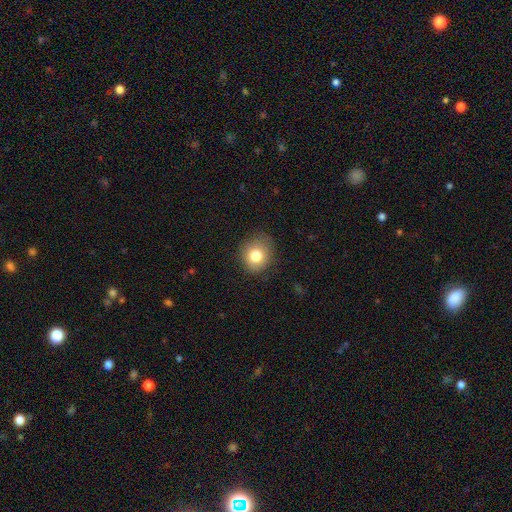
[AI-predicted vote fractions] Morphology: type=smooth (80%); roundness=round (76%); merging=none (81%).